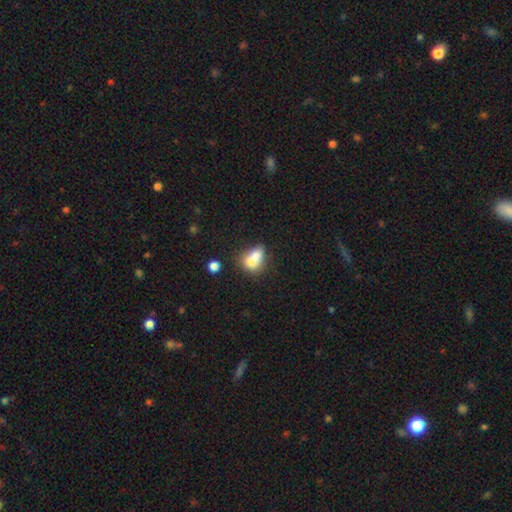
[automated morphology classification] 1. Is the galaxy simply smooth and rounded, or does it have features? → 70% smooth, 20% featured or disk, 10% star or artifact.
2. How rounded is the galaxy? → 62% in between, 35% round, 3% cigar-shaped.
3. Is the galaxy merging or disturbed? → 61% merger, 23% none, 10% minor disturbance, 6% major disturbance.